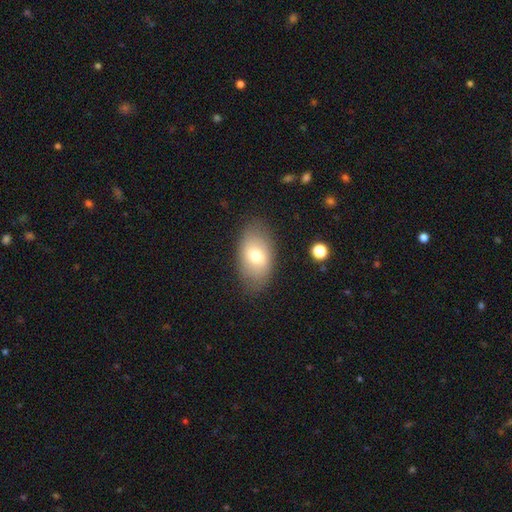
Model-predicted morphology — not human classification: A smooth galaxy with no disk features (72%) that is in between round and cigar-shaped (92%).

Vote fractions:
- Smooth or featured? smooth: 72% / featured or disk: 21% / star or artifact: 8%
- How rounded? in between: 92% / round: 7% / cigar-shaped: 2%
- Merging? none: 80% / minor disturbance: 14% / major disturbance: 4% / merger: 1%